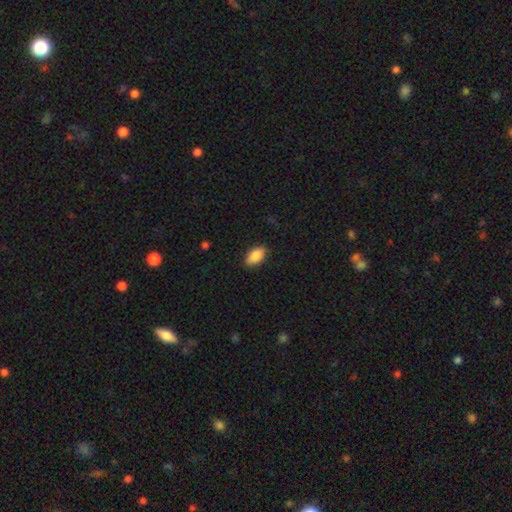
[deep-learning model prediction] The model was most divided on "merging": none: 86%, minor disturbance: 11%, major disturbance: 2%, merger: 1%. More confident: how rounded — in between (92%); smooth or featured — smooth (87%).